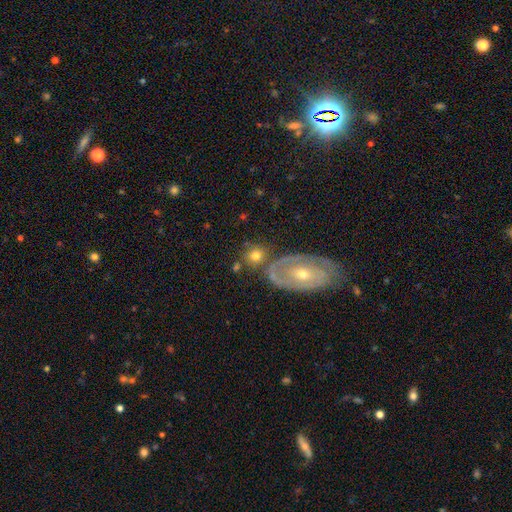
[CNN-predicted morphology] Smooth or featured: smooth — 68% (featured or disk — 23%)
How rounded: round — 76% (in between — 23%)
Merging: none — 64% (merger — 17%)